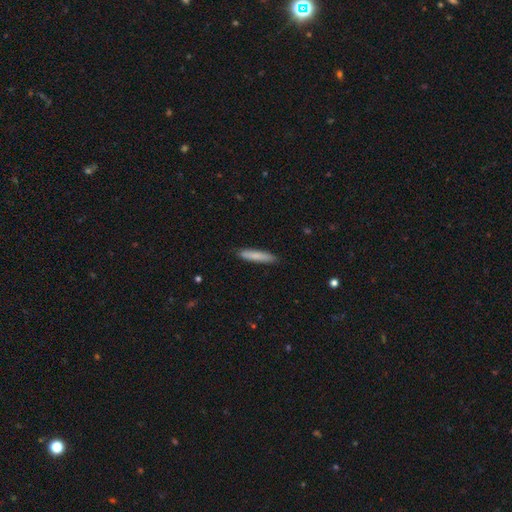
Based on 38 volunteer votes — Overall: smooth (84%). How rounded: cigar-shaped (91%). Merging: none (89%).